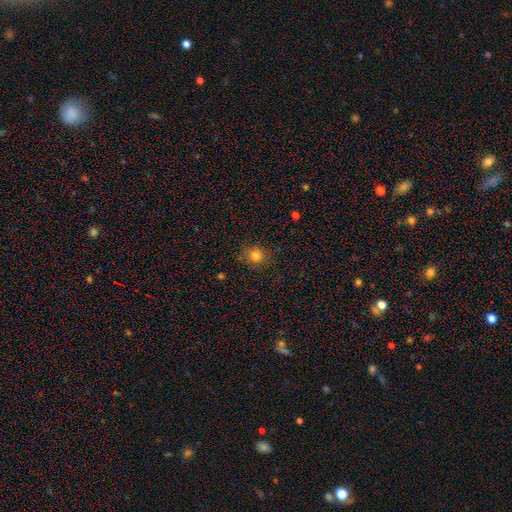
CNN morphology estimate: Overall: smooth (81%). How rounded: round (79%). Merging: none (84%).